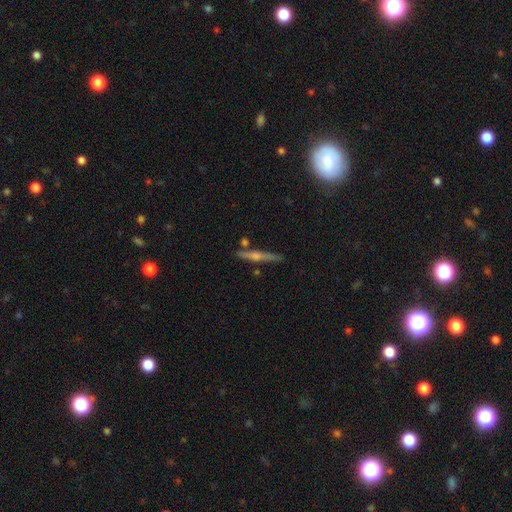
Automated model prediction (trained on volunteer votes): featured or disk 67%, smooth 25%, star or artifact 8%. Down the decision tree: edge-on disk — yes (97%); edge-on bulge — rounded (77%); merging — none (83%).